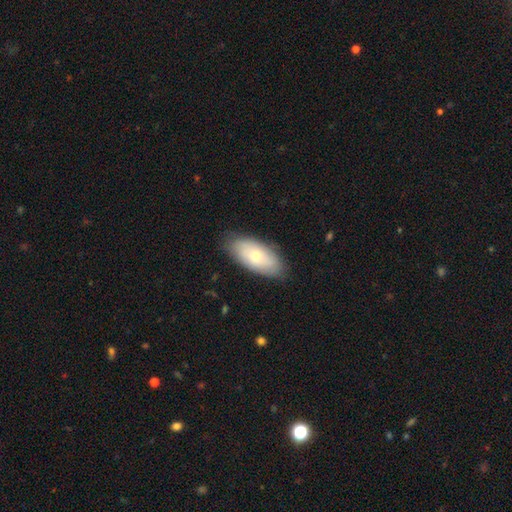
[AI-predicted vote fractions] The model was most divided on "smooth or featured": smooth: 66%, featured or disk: 28%, star or artifact: 6%. More confident: how rounded — in between (91%); merging — none (83%).